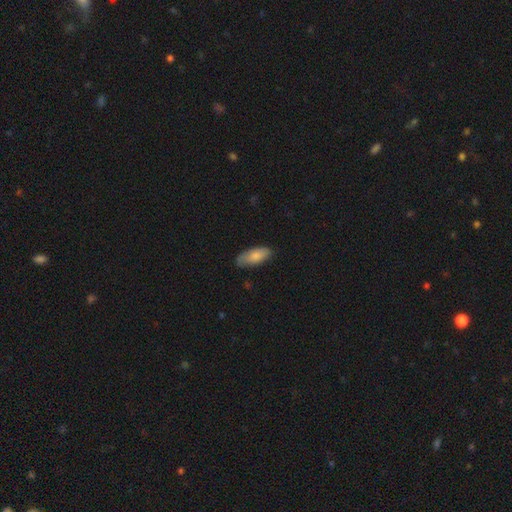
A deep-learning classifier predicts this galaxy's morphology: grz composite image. It shows a smooth galaxy with no disk features (79%) that is in between round and cigar-shaped (84%). Merging: none (76%).